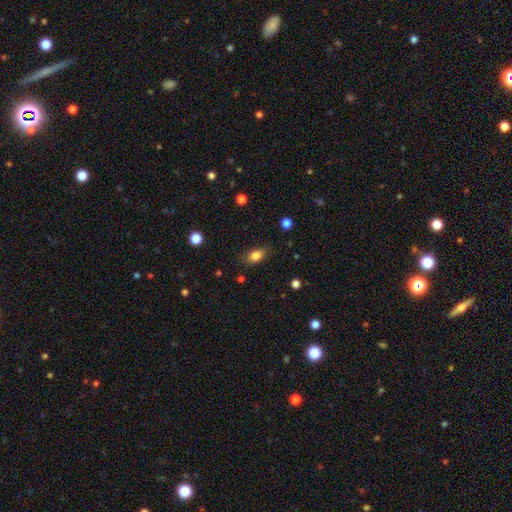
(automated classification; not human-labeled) smooth-or-featured: smooth: 83% | star or artifact: 9% | featured or disk: 8%
  how-rounded: in between: 82% | round: 13% | cigar-shaped: 4%
  merging: none: 80% | minor disturbance: 15% | major disturbance: 4% | merger: 1%